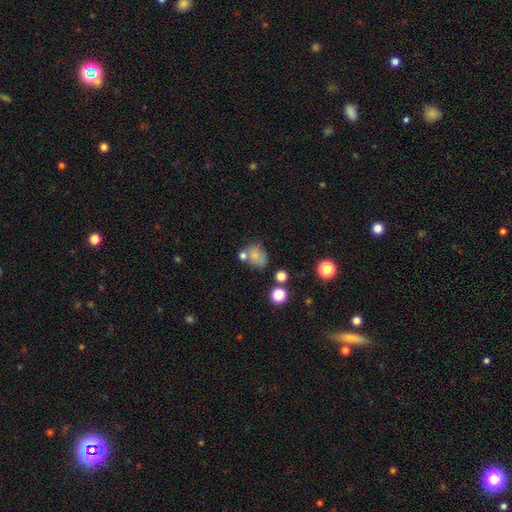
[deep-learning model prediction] Morphology: type=smooth (71%); roundness=in between (59%); merging=none (45%).